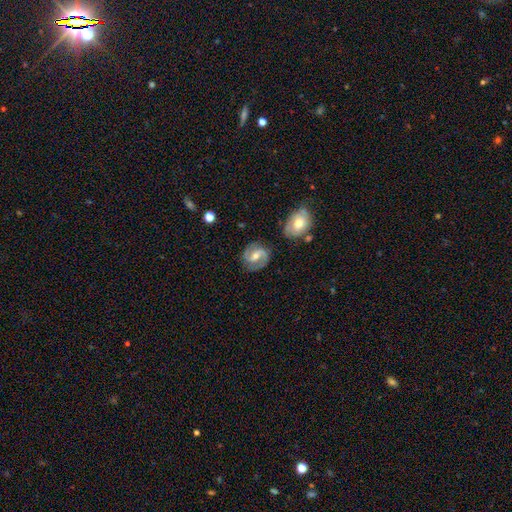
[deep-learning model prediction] smooth_or_featured: featured or disk (p=0.84) [alt: smooth p=0.11]
disk_edge_on: no (p=0.97) [alt: yes p=0.03]
bar: weak (p=0.46) [alt: strong p=0.30]
has_spiral_arms: yes (p=0.95) [alt: no p=0.05]
spiral_winding: medium (p=0.54) [alt: loose p=0.23]
spiral_arm_count: 2 (p=0.92) [alt: can't tell p=0.03]
bulge_size: moderate (p=0.61) [alt: small p=0.34]
merging: none (p=0.81) [alt: minor disturbance p=0.12]